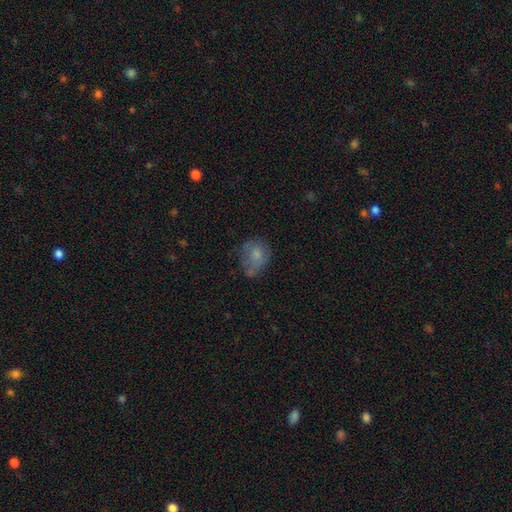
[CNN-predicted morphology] smooth-or-featured: smooth: 62% | featured or disk: 25% | star or artifact: 13%
  how-rounded: round: 53% | in between: 46% | cigar-shaped: 1%
  merging: none: 43% | minor disturbance: 31% | major disturbance: 21% | merger: 5%